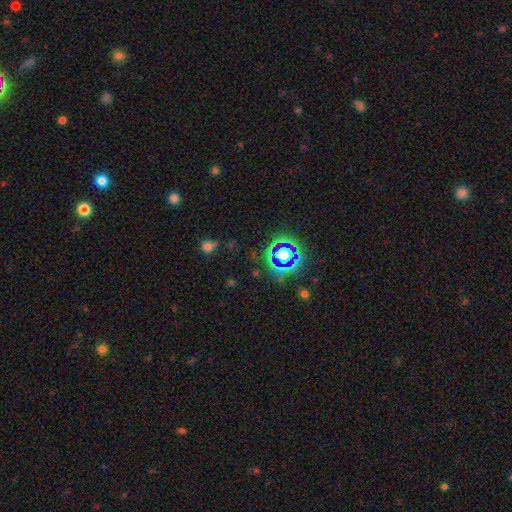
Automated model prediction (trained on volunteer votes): smooth_or_featured: star or artifact (p=0.68) [alt: smooth p=0.21]